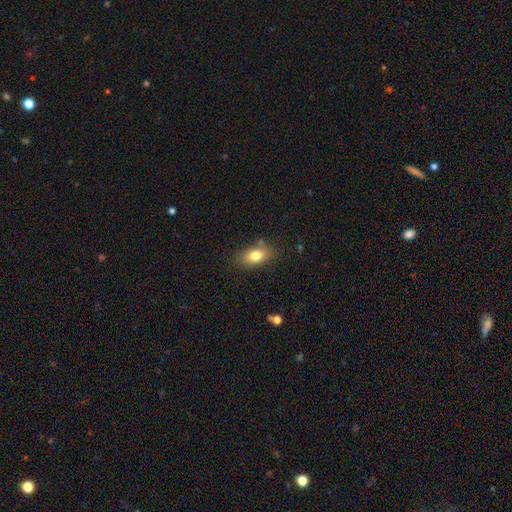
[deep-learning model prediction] A smooth galaxy with no disk features (79%) that is in between round and cigar-shaped (85%). Merging: none (78%).